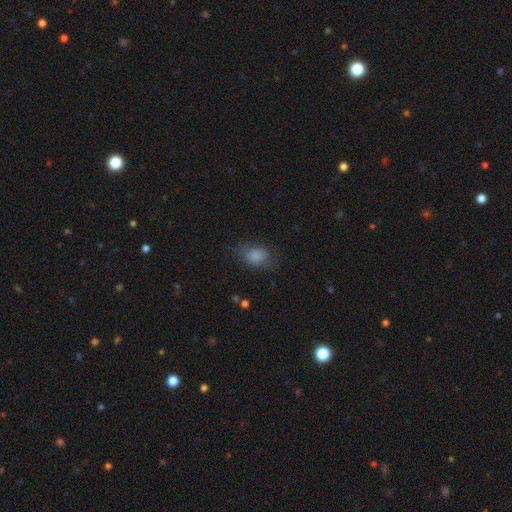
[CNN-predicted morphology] Smooth or featured?
  - smooth: 83% *
  - star or artifact: 9%
  - featured or disk: 8%
How rounded?
  - in between: 80% *
  - round: 18%
  - cigar-shaped: 1%
Merging?
  - none: 67% *
  - minor disturbance: 22%
  - major disturbance: 9%
  - merger: 1%